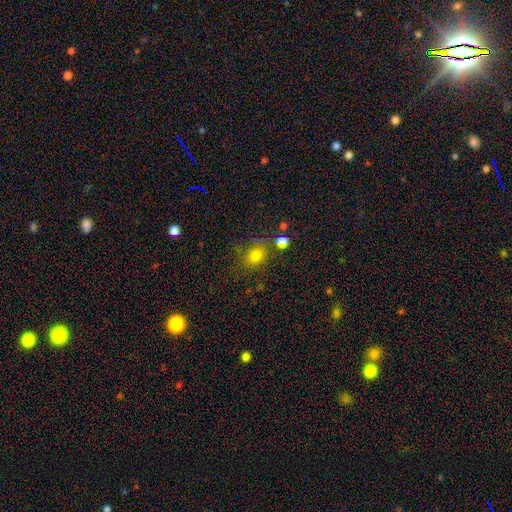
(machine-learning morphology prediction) Q: Smooth or featured?
A: smooth (73%); runner-up: star or artifact (15%)
Q: How rounded?
A: round (53%); runner-up: in between (45%)
Q: Merging?
A: none (64%); runner-up: minor disturbance (19%)